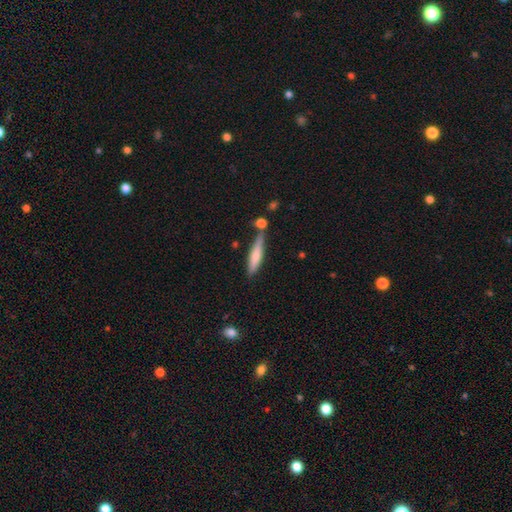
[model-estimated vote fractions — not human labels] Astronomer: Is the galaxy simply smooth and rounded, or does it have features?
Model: smooth — 65%.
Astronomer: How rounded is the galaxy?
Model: cigar-shaped — 86%.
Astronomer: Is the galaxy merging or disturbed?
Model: none — 66%.